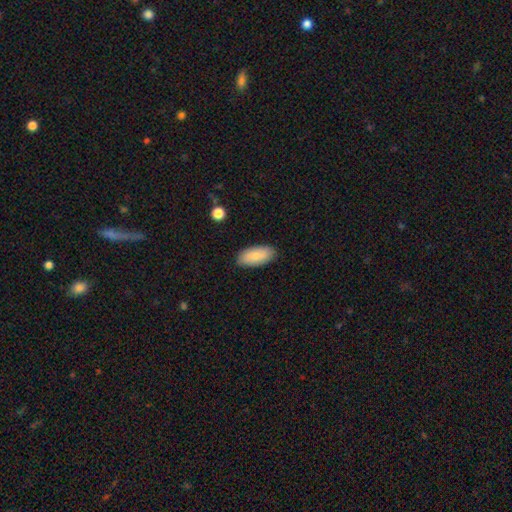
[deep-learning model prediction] A smooth galaxy with no disk features (81%) that is in between round and cigar-shaped (91%). Merging: none (88%).